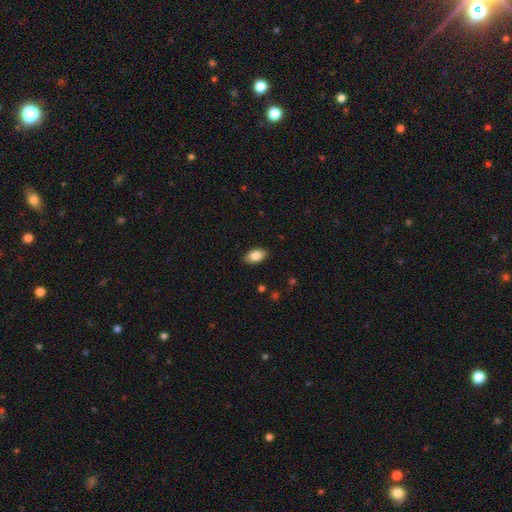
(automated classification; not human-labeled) smooth 85%, featured or disk 8%, star or artifact 7%. Down the decision tree: how rounded — in between (93%); merging — none (88%).